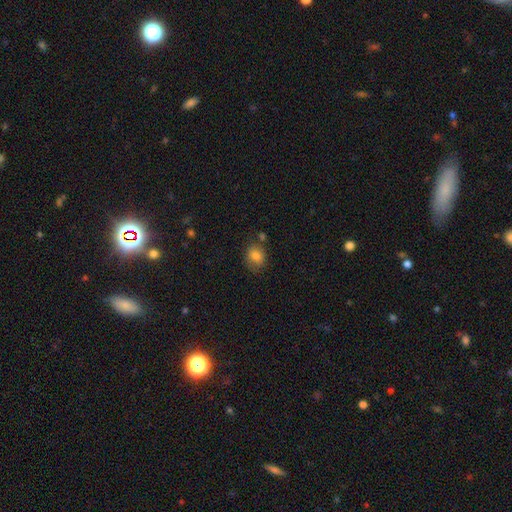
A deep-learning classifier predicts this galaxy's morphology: Overall: smooth (79%). How rounded: round (57%; in between 43%). Merging: none (67%).